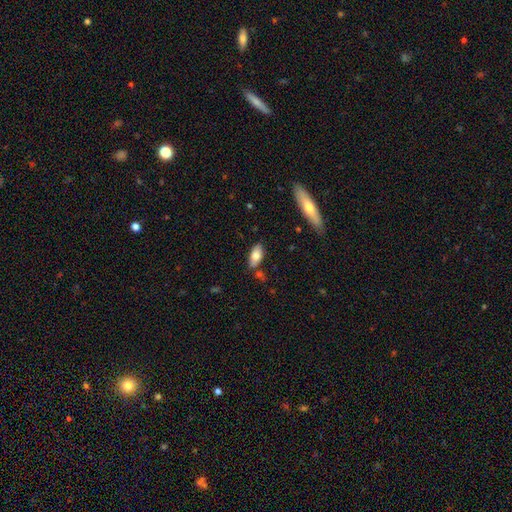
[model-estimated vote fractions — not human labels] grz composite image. It shows a smooth galaxy with no disk features (73%) that is in between round and cigar-shaped (85%). Merging: none (77%).